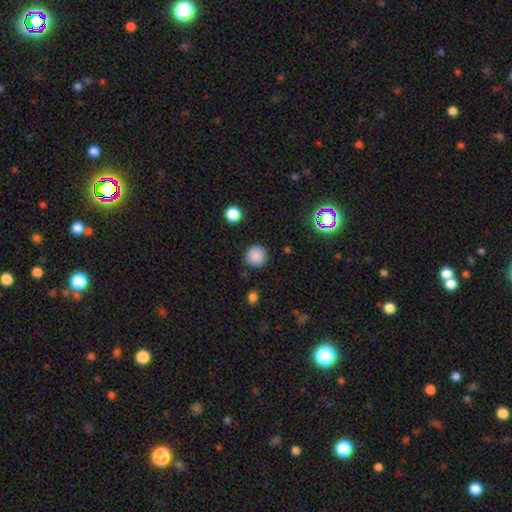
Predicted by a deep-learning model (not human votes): A smooth galaxy with no disk features (86%) that is round (95%).

Vote fractions:
- Smooth or featured? smooth: 86% / star or artifact: 11% / featured or disk: 3%
- How rounded? round: 95% / in between: 4% / cigar-shaped: 1%
- Merging? none: 89% / minor disturbance: 7% / major disturbance: 2% / merger: 1%